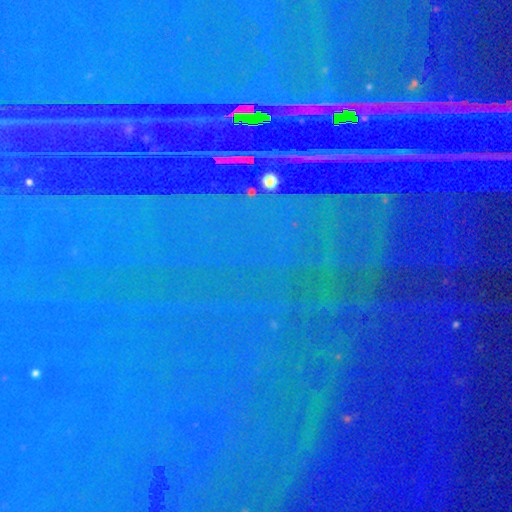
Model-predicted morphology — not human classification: A star or artifact, not a galaxy (88%).